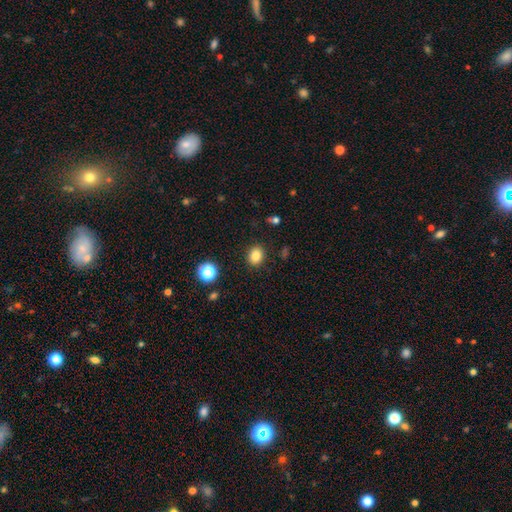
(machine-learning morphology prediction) Smooth or featured?
  - smooth: 83% *
  - star or artifact: 12%
  - featured or disk: 6%
How rounded?
  - round: 54% *
  - in between: 45%
  - cigar-shaped: 1%
Merging?
  - none: 88% *
  - minor disturbance: 8%
  - major disturbance: 2%
  - merger: 2%